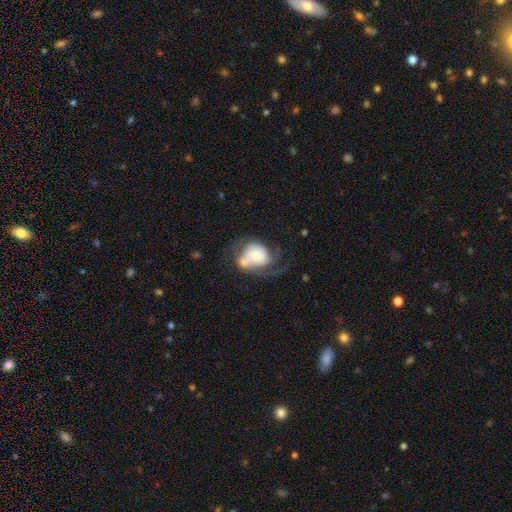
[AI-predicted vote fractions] Q: Smooth or featured?
A: featured or disk (63%); runner-up: smooth (30%)
Q: Edge-on disk?
A: no (97%); runner-up: yes (3%)
Q: Bar?
A: no (69%); runner-up: weak (25%)
Q: Spiral arms?
A: yes (81%); runner-up: no (19%)
Q: Bulge size?
A: moderate (40%); runner-up: small (34%)
Q: Merging?
A: merger (33%); runner-up: none (25%)